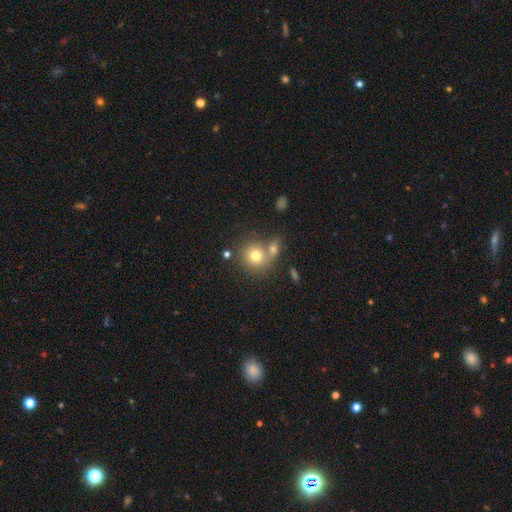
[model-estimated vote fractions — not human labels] Smooth or featured: smooth — 75% (featured or disk — 14%)
How rounded: round — 85% (in between — 14%)
Merging: none — 53% (merger — 33%)